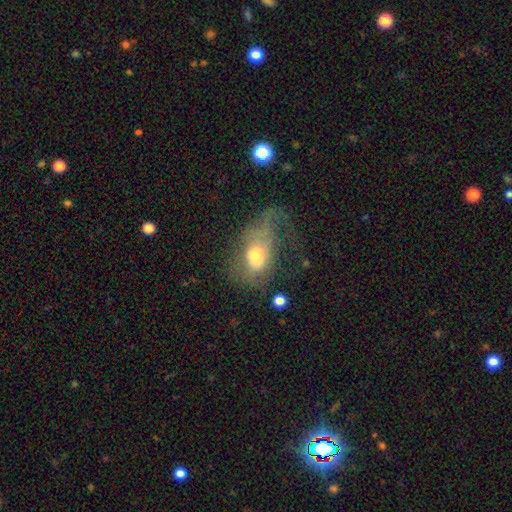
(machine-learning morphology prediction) Overall: smooth (53%; featured or disk 38%). How rounded: in between (81%). Merging: major disturbance (56%; none 21%).